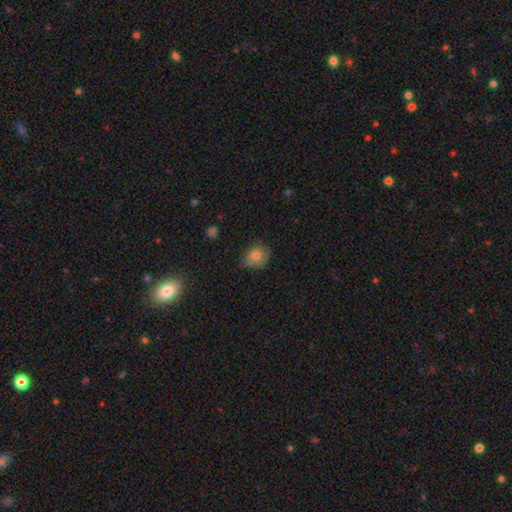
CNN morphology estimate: Smooth or featured?
  - smooth: 78% *
  - featured or disk: 12%
  - star or artifact: 10%
How rounded?
  - round: 51% *
  - in between: 48%
  - cigar-shaped: 1%
Merging?
  - none: 65% *
  - minor disturbance: 28%
  - major disturbance: 6%
  - merger: 1%